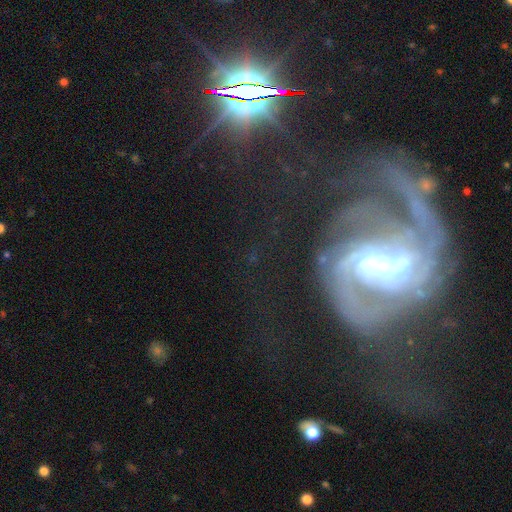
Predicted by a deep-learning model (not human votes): smooth-or-featured: featured or disk: 80% | star or artifact: 13% | smooth: 7%
  disk-edge-on: no: 95% | yes: 5%
    bar: strong: 50% | weak: 34% | no: 16%
    has-spiral-arms: yes: 93% | no: 7%
      spiral-winding: medium: 46% | tight: 35% | loose: 19%
      spiral-arm-count: 2: 56% | can't tell: 15% | 3: 12% | 1: 7% | 4: 5% | more than 4: 5%
    bulge-size: moderate: 45% | small: 33% | large: 12% | none: 7% | dominant: 3%
  merging: none: 49% | major disturbance: 28% | minor disturbance: 16% | merger: 7%